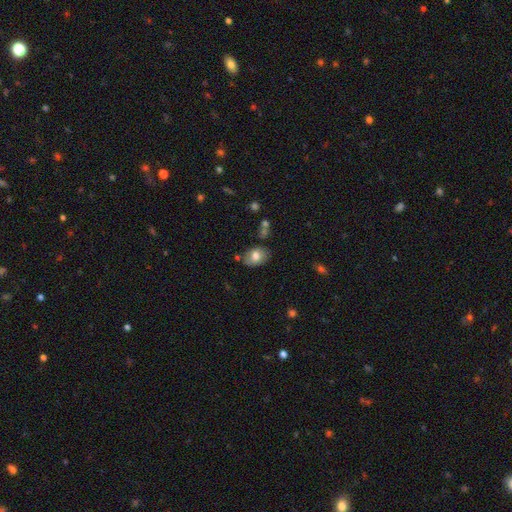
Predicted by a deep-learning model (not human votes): Overall: smooth (71%). How rounded: in between (76%). Merging: none (71%).